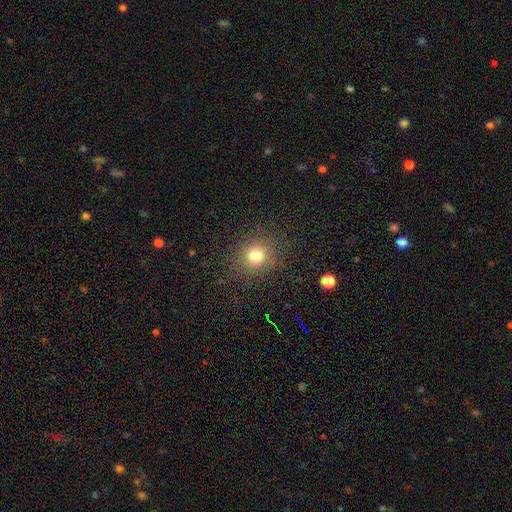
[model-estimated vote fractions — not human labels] Morphology: type=smooth (76%); roundness=round (85%); merging=none (87%).